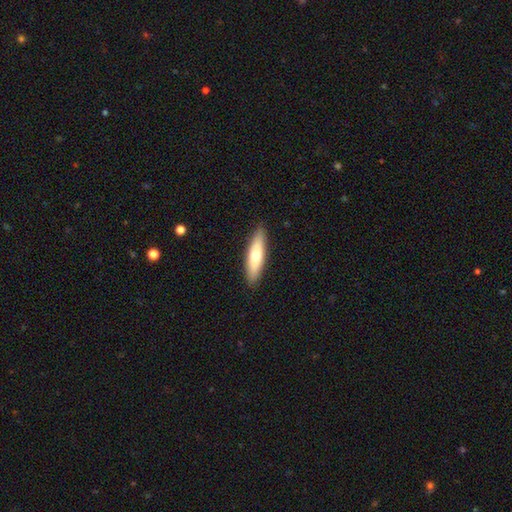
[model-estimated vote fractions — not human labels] Smooth or featured: smooth — 63% (featured or disk — 32%)
How rounded: cigar-shaped — 65% (in between — 33%)
Merging: none — 89% (minor disturbance — 8%)